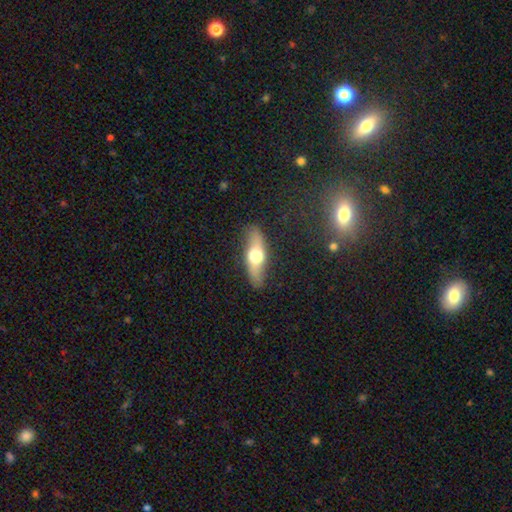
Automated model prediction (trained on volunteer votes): This is possibly a featured or disk galaxy (50%). It is likely viewed edge-on (68%). Merging: clearly none (85%).